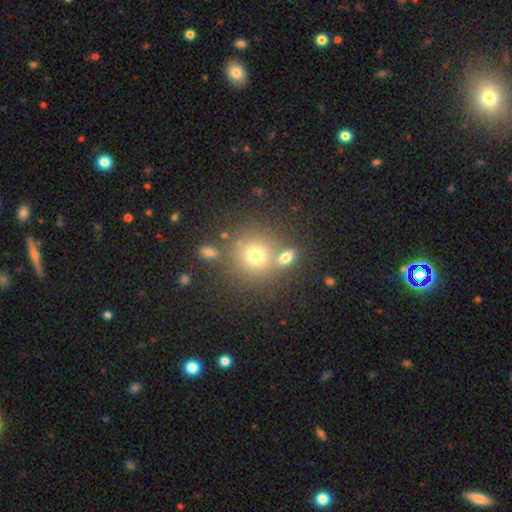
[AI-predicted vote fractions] Morphology: type=smooth (73%); roundness=round (88%); merging=none (62%).